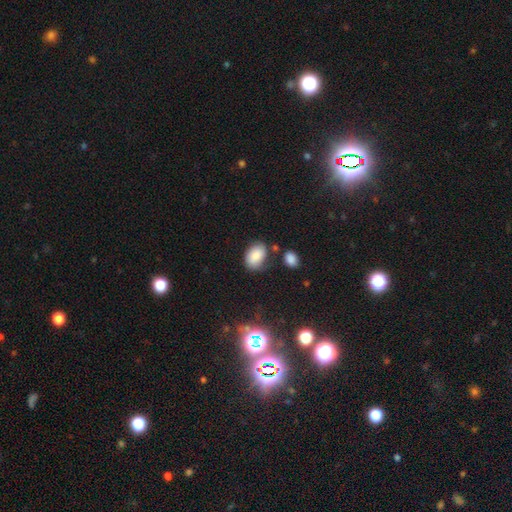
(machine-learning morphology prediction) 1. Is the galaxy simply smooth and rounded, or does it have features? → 83% smooth, 9% star or artifact, 8% featured or disk.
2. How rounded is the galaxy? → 84% in between, 15% round, 1% cigar-shaped.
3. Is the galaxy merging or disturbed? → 63% none, 22% minor disturbance, 9% merger, 6% major disturbance.